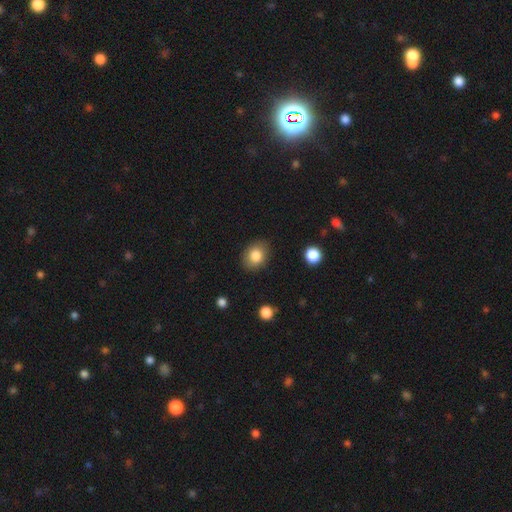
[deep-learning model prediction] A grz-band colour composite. It shows a smooth galaxy with no disk features (84%) that is in between round and cigar-shaped (55%). Merging: none (84%).